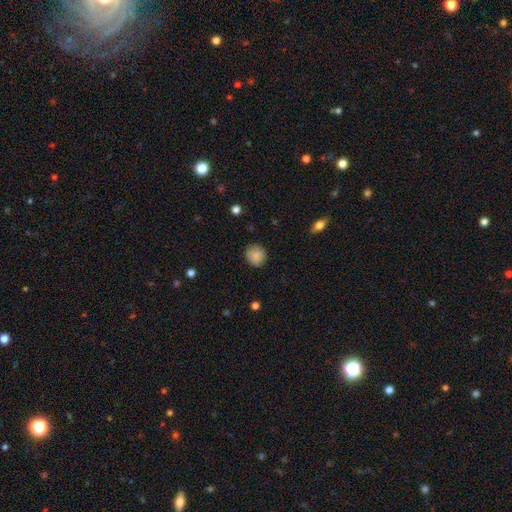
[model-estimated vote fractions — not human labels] This is clearly a smooth galaxy (87%). How rounded: clearly round (90%). Merging: clearly none (87%).